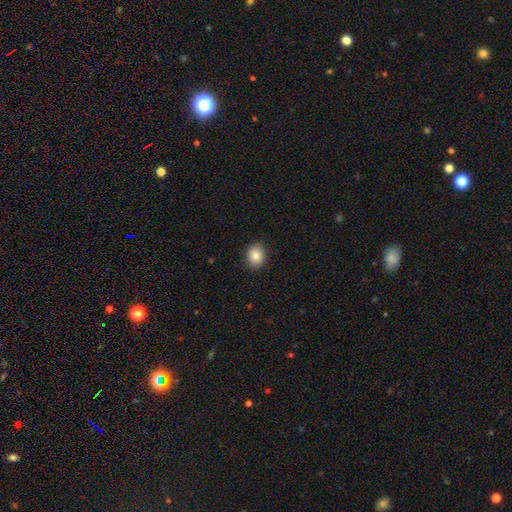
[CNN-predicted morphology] Smooth or featured: smooth — 87% (star or artifact — 8%)
How rounded: in between — 52% (round — 47%)
Merging: none — 89% (minor disturbance — 8%)